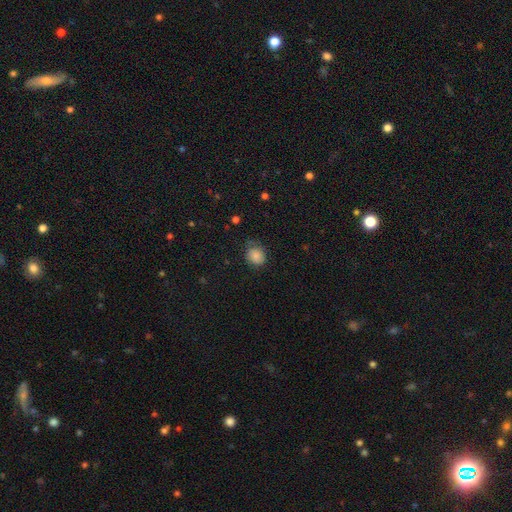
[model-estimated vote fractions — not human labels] Smooth or featured? smooth (81%)
How rounded? round (69%)
Merging? none (63%)